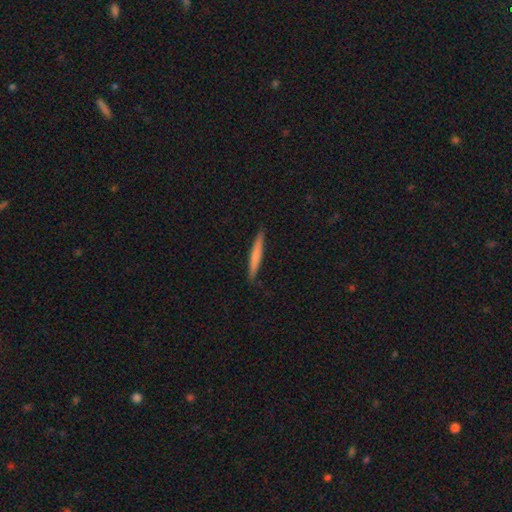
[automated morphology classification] A smooth galaxy with no disk features (66%) that is cigar-shaped (96%). Merging: none (90%).